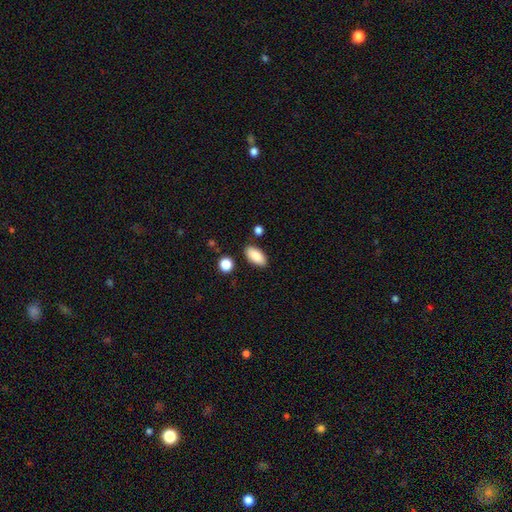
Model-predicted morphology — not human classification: Q: Smooth or featured?
A: smooth (87%); runner-up: star or artifact (7%)
Q: How rounded?
A: in between (91%); runner-up: cigar-shaped (6%)
Q: Merging?
A: none (84%); runner-up: minor disturbance (10%)